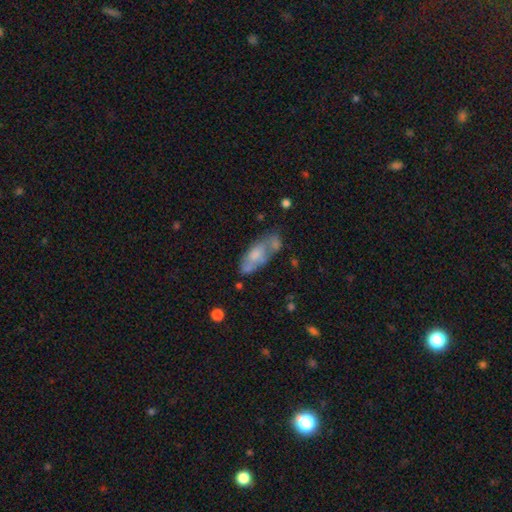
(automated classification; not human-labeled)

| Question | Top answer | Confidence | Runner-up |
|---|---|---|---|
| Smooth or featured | smooth | 57% | featured or disk (36%) |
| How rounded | in between | 75% | cigar-shaped (22%) |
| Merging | none | 44% | minor disturbance (25%) |